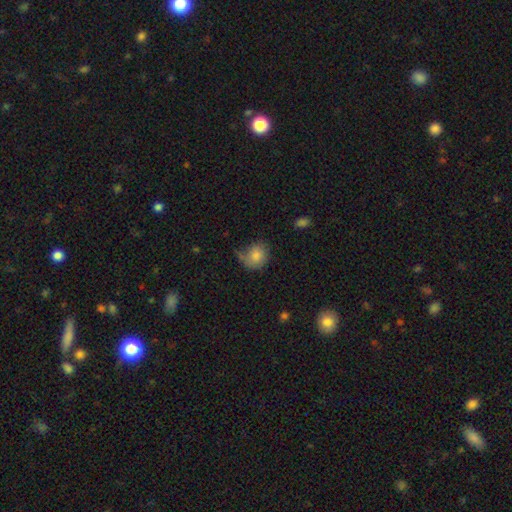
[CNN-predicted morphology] This is likely a smooth galaxy (79%). How rounded: likely round (70%). Merging: possibly none (50%).